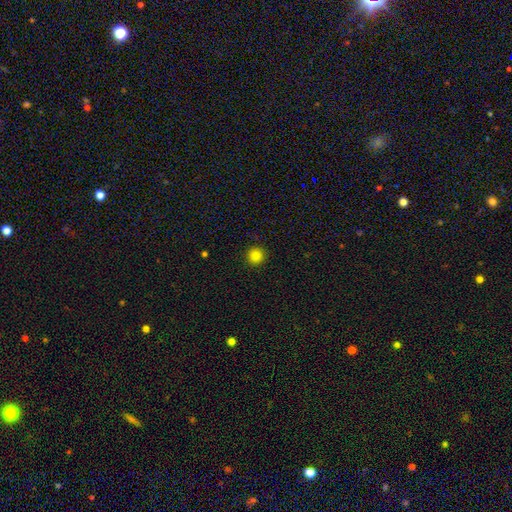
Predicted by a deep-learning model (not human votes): Smooth or featured? smooth (85%)
How rounded? round (95%)
Merging? none (93%)